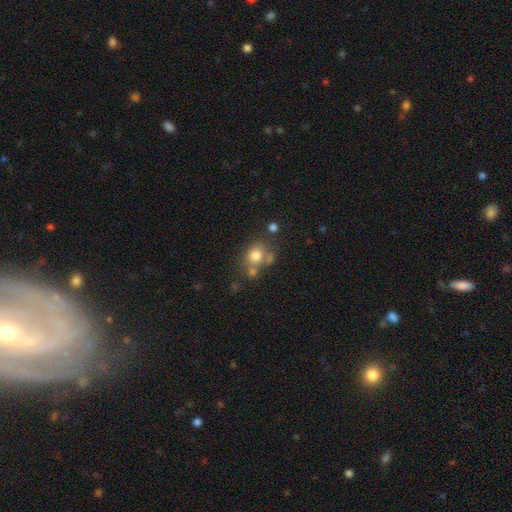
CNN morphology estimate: smooth_or_featured: smooth (p=0.74) [alt: featured or disk p=0.13]
how_rounded: round (p=0.61) [alt: in between p=0.38]
merging: none (p=0.55) [alt: merger p=0.22]